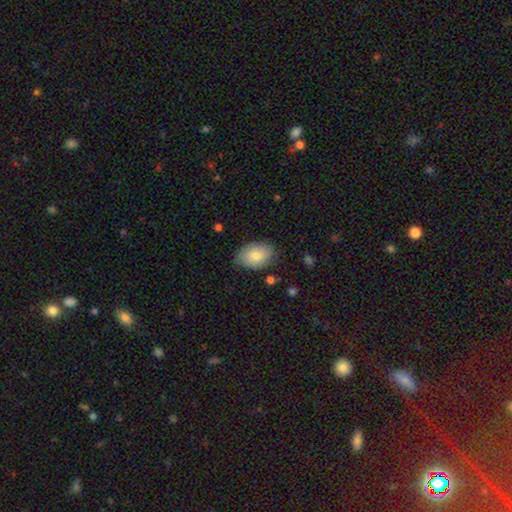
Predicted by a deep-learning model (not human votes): smooth_or_featured: smooth (p=0.79) [alt: featured or disk p=0.14]
how_rounded: in between (p=0.88) [alt: round p=0.11]
merging: none (p=0.77) [alt: minor disturbance p=0.18]